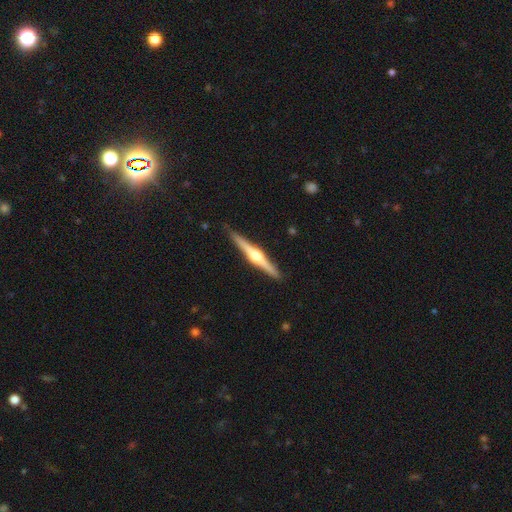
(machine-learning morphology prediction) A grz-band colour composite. It shows a featured or disk galaxy (81%) viewed edge-on (99%) with a rounded central bulge (93%). Merging: none (90%).